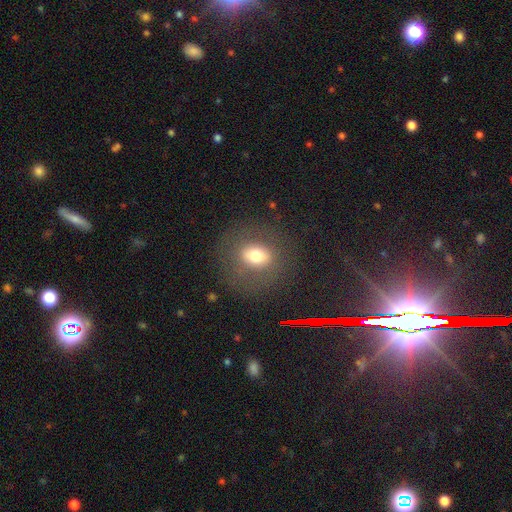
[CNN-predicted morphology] smooth-or-featured: smooth: 64% | featured or disk: 23% | star or artifact: 13%
  how-rounded: round: 61% | in between: 38% | cigar-shaped: 1%
  merging: none: 79% | minor disturbance: 12% | major disturbance: 8% | merger: 1%